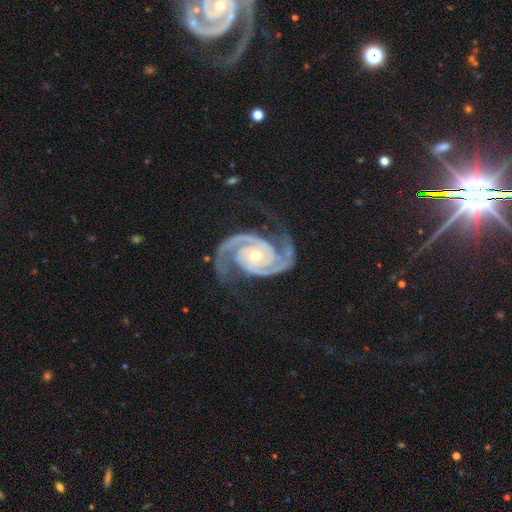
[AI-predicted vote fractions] This is clearly a featured or disk galaxy (95%). It is clearly not viewed edge-on (98%). Bar: likely no (71%). Spiral arm pattern: clearly yes (99%). Spiral arm count: clearly 2 (93%). Spiral winding: possibly tight (47%). Central bulge: possibly small (55%). Merging: likely none (78%).